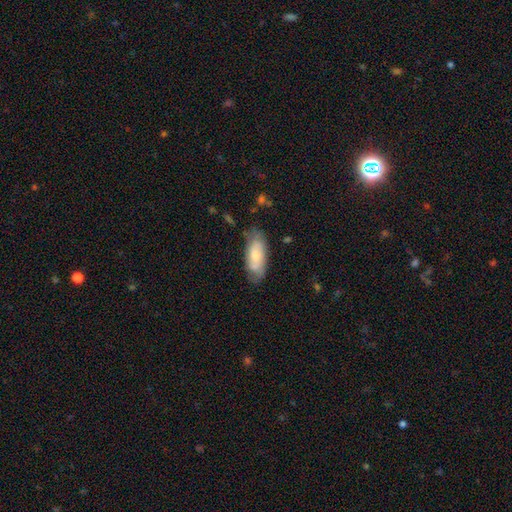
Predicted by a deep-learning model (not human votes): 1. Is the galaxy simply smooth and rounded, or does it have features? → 62% smooth, 31% featured or disk, 6% star or artifact.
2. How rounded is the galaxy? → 82% in between, 16% cigar-shaped, 2% round.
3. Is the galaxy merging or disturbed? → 66% none, 24% minor disturbance, 7% major disturbance, 3% merger.